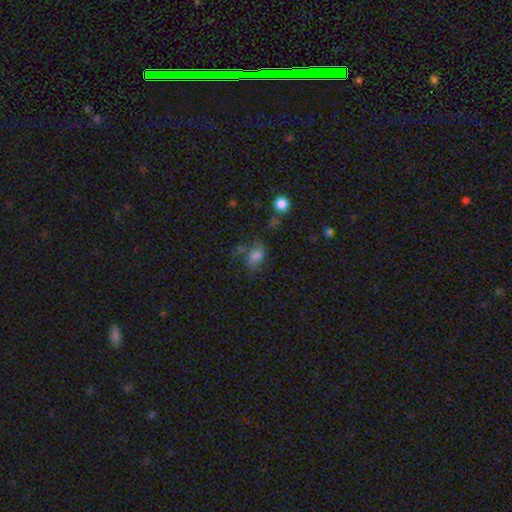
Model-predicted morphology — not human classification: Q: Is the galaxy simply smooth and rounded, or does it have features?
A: smooth — 70%.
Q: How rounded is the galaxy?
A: in between — 79%.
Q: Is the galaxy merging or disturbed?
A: none — 40%.